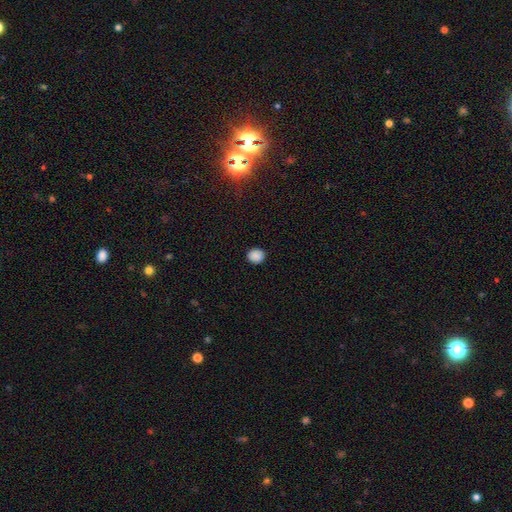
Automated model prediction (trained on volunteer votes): This appears to be a smooth galaxy with no disk features (88%) that is round (86%). Merging: none (91%).